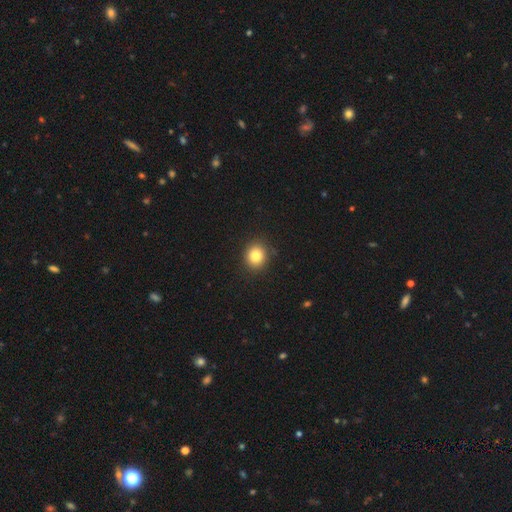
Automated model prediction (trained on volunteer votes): Smooth or featured?
  - smooth: 83% *
  - star or artifact: 10%
  - featured or disk: 6%
How rounded?
  - round: 78% *
  - in between: 21%
  - cigar-shaped: 1%
Merging?
  - none: 88% *
  - minor disturbance: 8%
  - major disturbance: 2%
  - merger: 1%